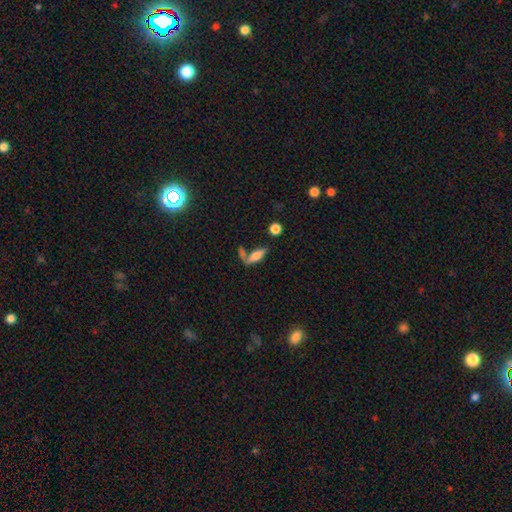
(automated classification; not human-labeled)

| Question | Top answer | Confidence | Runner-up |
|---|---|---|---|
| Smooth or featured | smooth | 66% | featured or disk (24%) |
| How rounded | cigar-shaped | 49% | in between (47%) |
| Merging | none | 47% | merger (28%) |